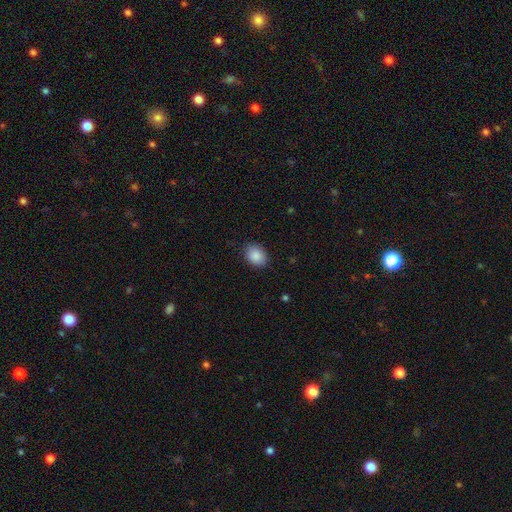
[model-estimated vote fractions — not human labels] Smooth or featured: smooth — 88% (star or artifact — 8%)
How rounded: in between — 67% (round — 32%)
Merging: none — 85% (minor disturbance — 12%)